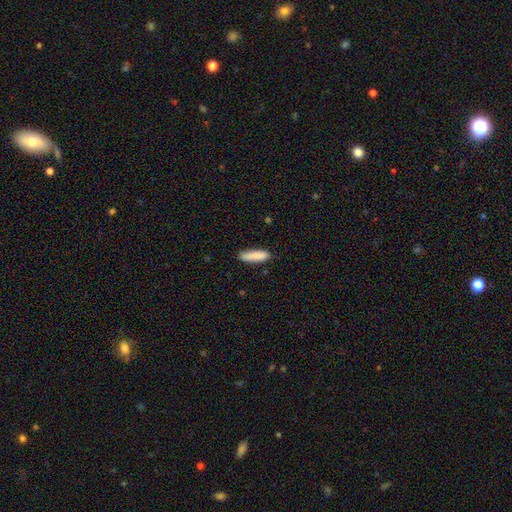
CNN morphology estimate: Smooth or featured? Predicted: smooth (p=0.88). How rounded? Predicted: cigar-shaped (p=0.62). Merging? Predicted: none (p=0.82).